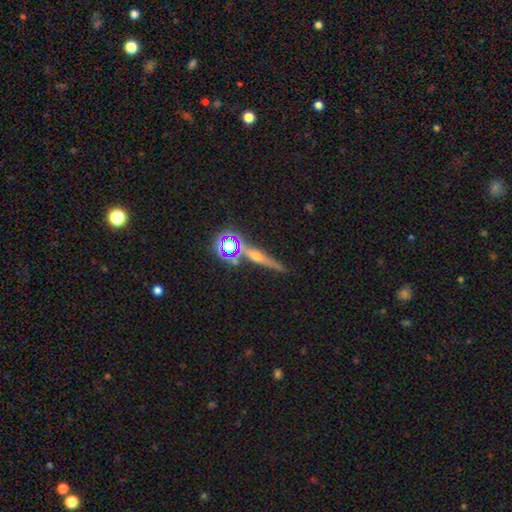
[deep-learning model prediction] The model was most divided on "smooth or featured": featured or disk: 52%, star or artifact: 24%, smooth: 24%. More confident: edge-on disk — yes (92%); merging — none (79%).